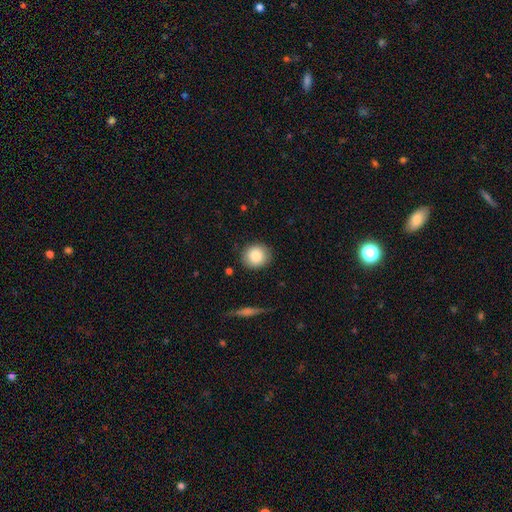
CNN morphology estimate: Smooth or featured? Predicted: smooth (p=0.85). How rounded? Predicted: round (p=0.86). Merging? Predicted: none (p=0.87).